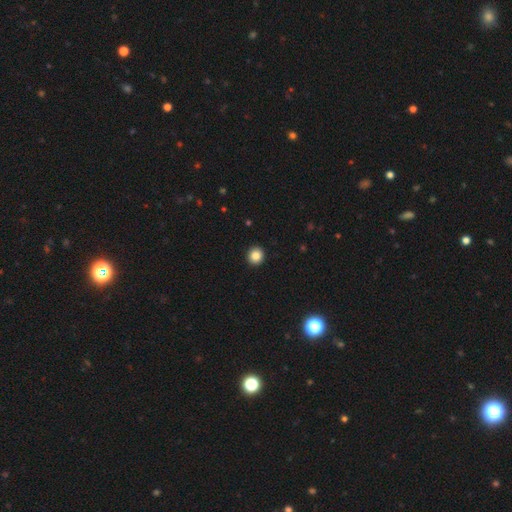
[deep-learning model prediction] Smooth or featured? Predicted: smooth (p=0.85). How rounded? Predicted: round (p=0.93). Merging? Predicted: none (p=0.94).